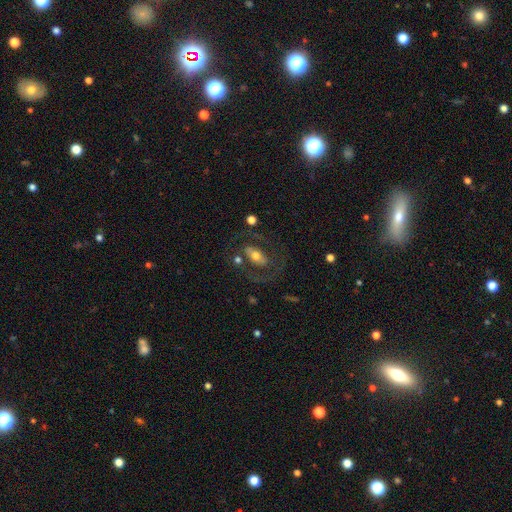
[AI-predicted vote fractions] Morphology: type=featured or disk (59%); edge-on=no (92%); bar=no (49%); spiral arms=yes (52%); bulge=moderate (65%); merging=none (59%).